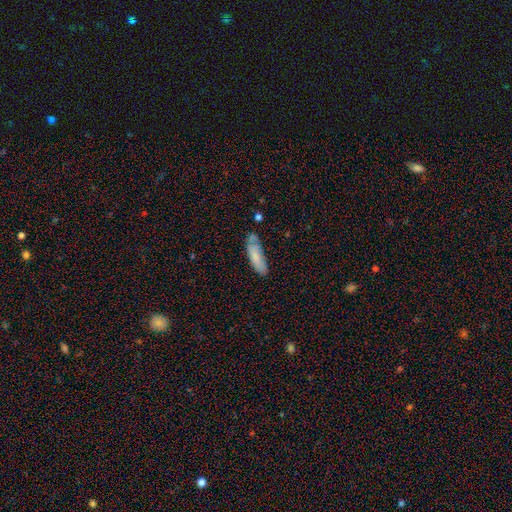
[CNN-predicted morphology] smooth_or_featured: smooth (p=0.76) [alt: featured or disk p=0.17]
how_rounded: cigar-shaped (p=0.52) [alt: in between p=0.46]
merging: none (p=0.57) [alt: minor disturbance p=0.28]